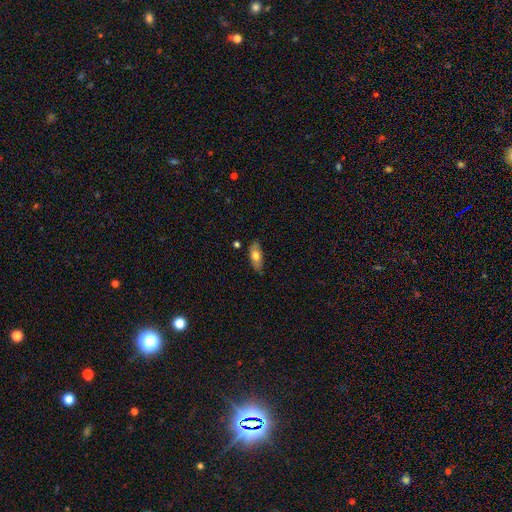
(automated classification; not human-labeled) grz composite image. It shows a smooth galaxy with no disk features (67%) that is in between round and cigar-shaped (76%). Merging: none (79%).